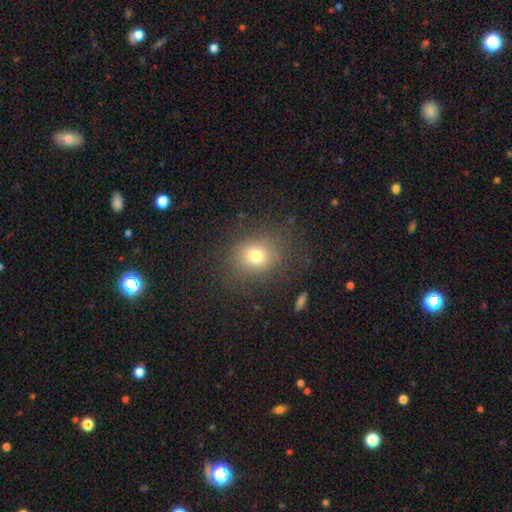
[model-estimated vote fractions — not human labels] Morphology: type=smooth (74%); roundness=round (66%); merging=none (81%).